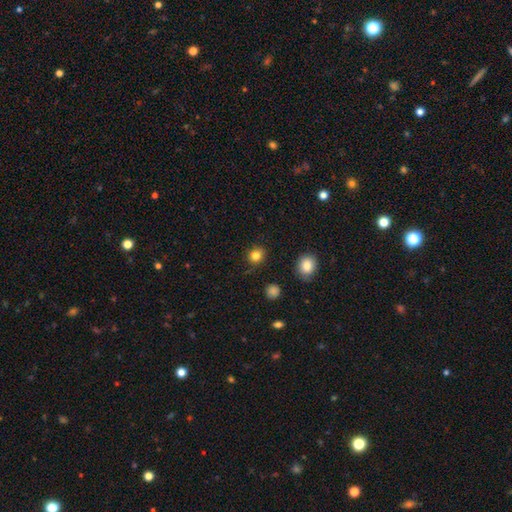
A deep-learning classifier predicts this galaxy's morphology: Overall: smooth (83%). How rounded: round (83%). Merging: none (86%).